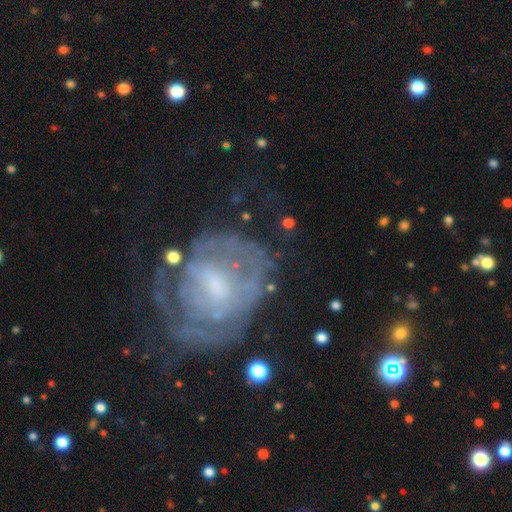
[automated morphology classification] Smooth or featured? Predicted: featured or disk (p=0.68). Edge-on disk? Predicted: no (p=0.97). Bar? Predicted: no (p=0.49). Spiral arms? Predicted: yes (p=0.55). Bulge size? Predicted: small (p=0.39). Merging? Predicted: none (p=0.50).